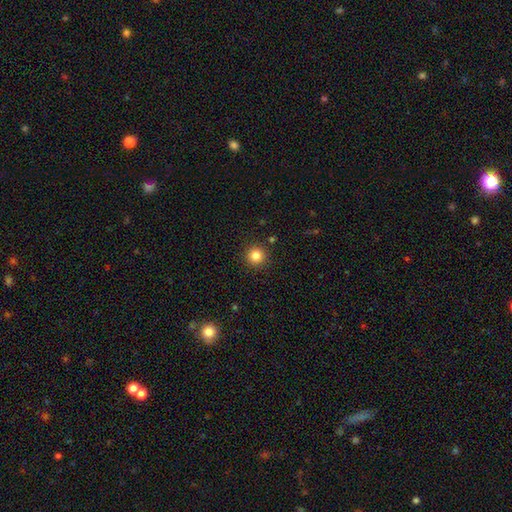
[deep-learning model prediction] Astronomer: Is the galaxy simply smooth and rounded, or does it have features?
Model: smooth — 83%.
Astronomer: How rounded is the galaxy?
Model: round — 95%.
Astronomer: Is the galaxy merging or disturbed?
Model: none — 91%.